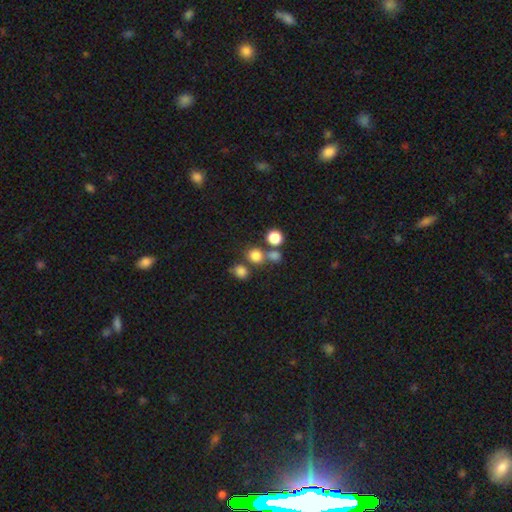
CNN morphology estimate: Overall: smooth (78%). How rounded: round (81%). Merging: none (62%; merger 25%).